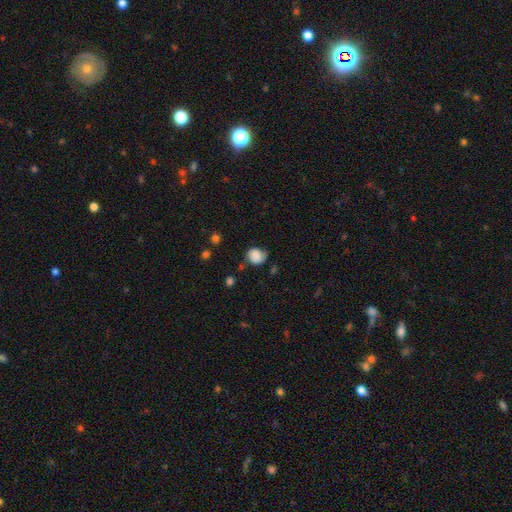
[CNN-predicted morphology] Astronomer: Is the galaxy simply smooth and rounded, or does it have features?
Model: smooth — 73%.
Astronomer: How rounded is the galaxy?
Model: round — 72%.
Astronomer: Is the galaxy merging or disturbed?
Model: none — 57%.